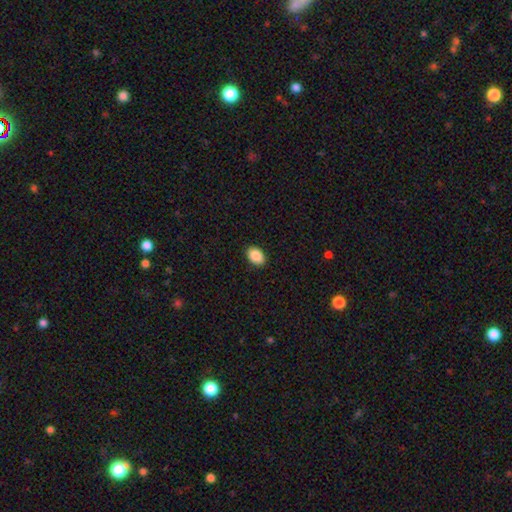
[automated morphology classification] smooth_or_featured: smooth (p=0.89) [alt: star or artifact p=0.07]
how_rounded: in between (p=0.84) [alt: round p=0.15]
merging: none (p=0.91) [alt: minor disturbance p=0.07]